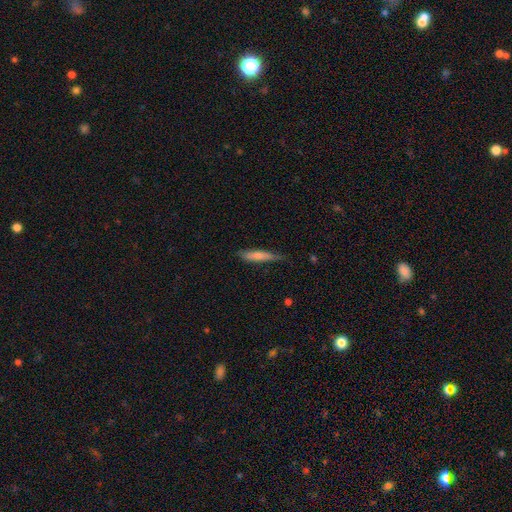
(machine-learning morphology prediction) This is likely a smooth galaxy (67%). How rounded: clearly cigar-shaped (89%). Merging: likely none (73%).